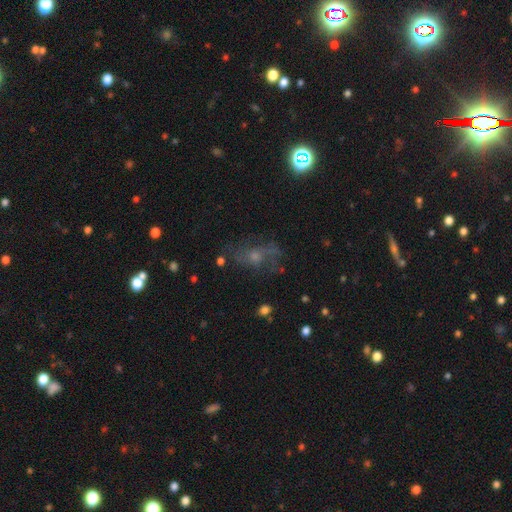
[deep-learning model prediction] Smooth or featured? Predicted: featured or disk (p=0.51). Edge-on disk? Predicted: no (p=0.92). Merging? Predicted: none (p=0.58).